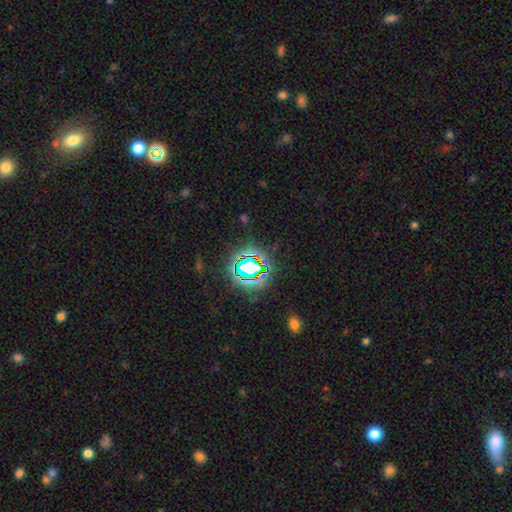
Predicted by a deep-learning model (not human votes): Smooth or featured? star or artifact (75%)